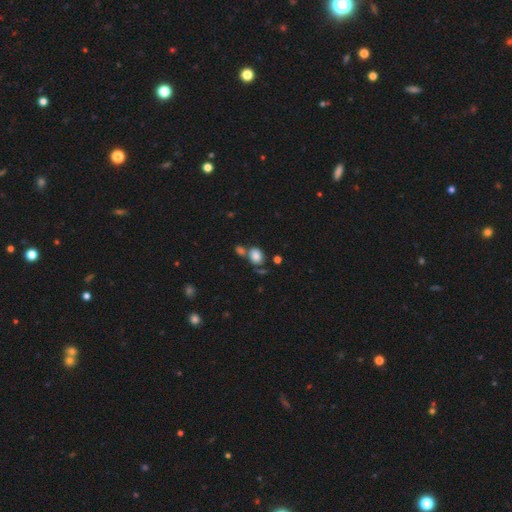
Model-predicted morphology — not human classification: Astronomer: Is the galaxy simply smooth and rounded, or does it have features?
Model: smooth — 81%.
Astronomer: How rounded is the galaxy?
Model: in between — 57% (runner-up: round, 42%).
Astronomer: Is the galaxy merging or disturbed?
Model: none — 50% (runner-up: merger, 29%).